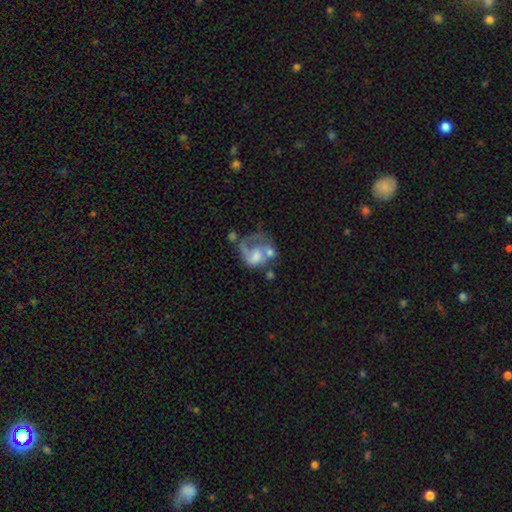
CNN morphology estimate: A featured or disk galaxy (60%) with no bar (72%), spiral arms (56%) and a moderate central bulge (35%). Merging: major disturbance (37%).